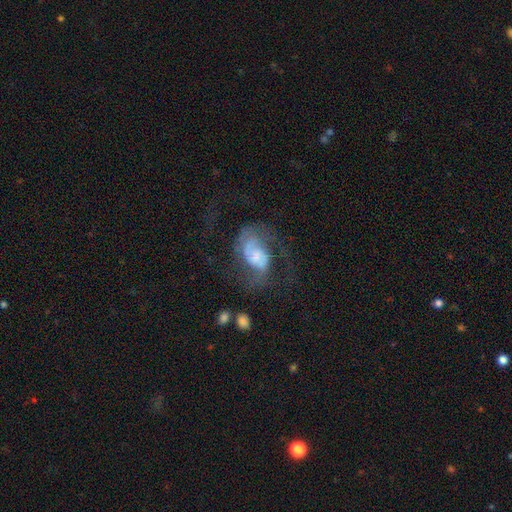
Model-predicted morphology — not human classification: type=featured or disk (68%); edge-on=no (97%); bar=no (54%); spiral arms=yes (82%); winding=medium (46%); arm count=2 (65%); bulge=small (44%); merging=none (40%).